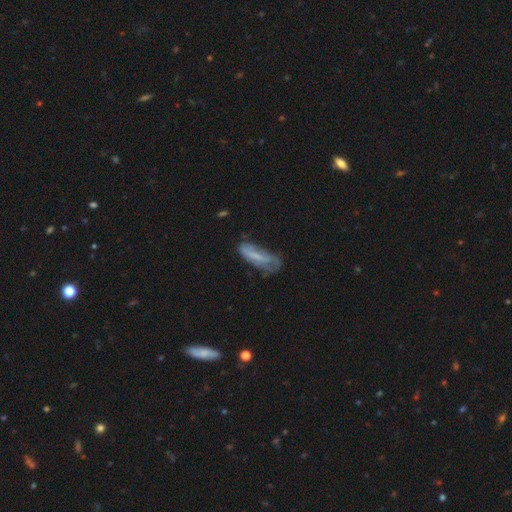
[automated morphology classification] Overall: smooth (53%; featured or disk 38%). How rounded: cigar-shaped (49%, tied with in between). Merging: none (38%; minor disturbance 33%).